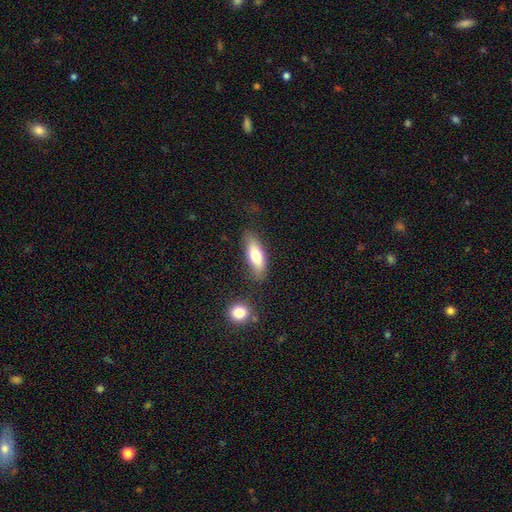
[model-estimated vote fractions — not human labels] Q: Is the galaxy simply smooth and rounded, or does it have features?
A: smooth — 71%.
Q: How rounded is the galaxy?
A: in between — 62%.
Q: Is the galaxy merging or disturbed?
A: none — 77%.